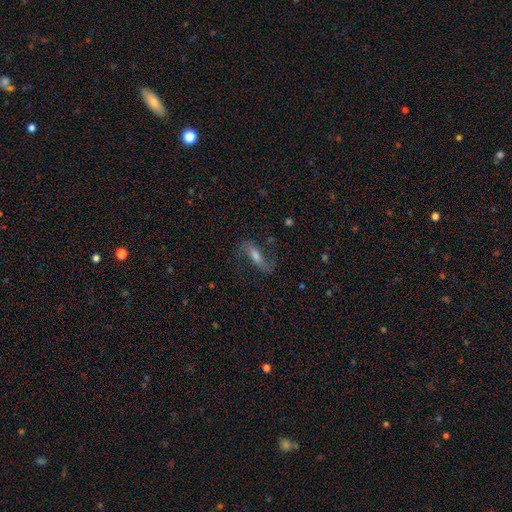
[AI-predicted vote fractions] A featured or disk galaxy (65%) with a strong bar (38%), spiral arms (90%) and a moderate central bulge (48%).

Vote fractions:
- Smooth or featured? featured or disk: 65% / smooth: 25% / star or artifact: 10%
- Edge-on disk? no: 81% / yes: 19%
- Bar? strong: 38% / weak: 35% / no: 26%
- Spiral arms? yes: 90% / no: 10%
- Bulge size? moderate: 48% / small: 28% / large: 14% / none: 8% / dominant: 2%
- Merging? none: 72% / minor disturbance: 16% / major disturbance: 11% / merger: 2%